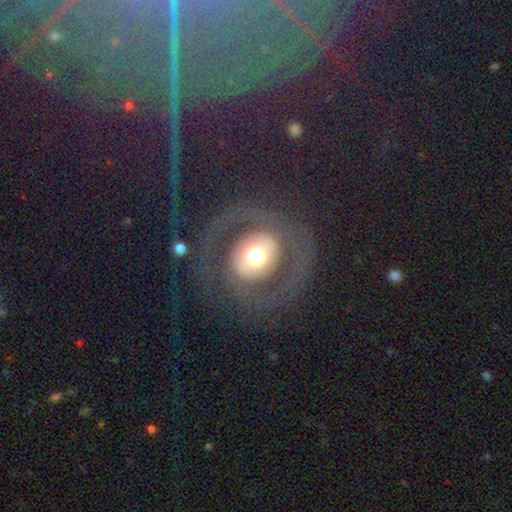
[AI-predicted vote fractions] A featured or disk galaxy (53%).

Vote fractions:
- Smooth or featured? featured or disk: 53% / smooth: 38% / star or artifact: 9%
- Edge-on disk? no: 93% / yes: 7%
- Merging? none: 75% / major disturbance: 14% / minor disturbance: 9% / merger: 1%